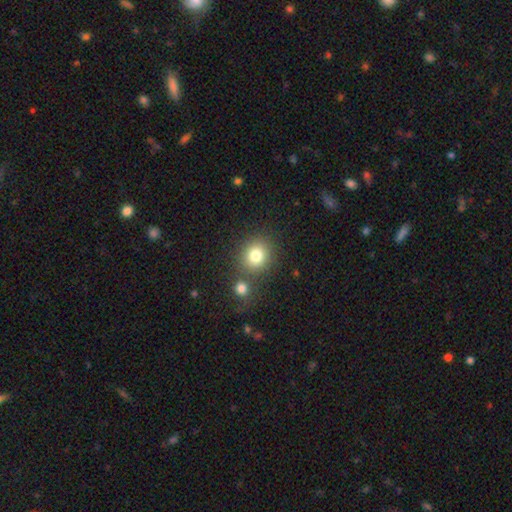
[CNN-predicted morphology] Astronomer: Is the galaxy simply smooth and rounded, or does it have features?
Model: smooth — 80%.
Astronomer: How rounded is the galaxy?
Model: round — 81%.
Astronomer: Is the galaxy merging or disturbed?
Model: none — 72%.